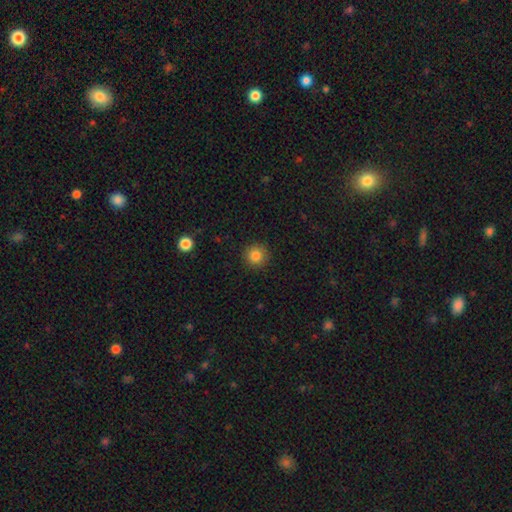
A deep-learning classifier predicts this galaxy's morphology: A smooth galaxy with no disk features (84%) that is round (95%). Merging: none (91%).